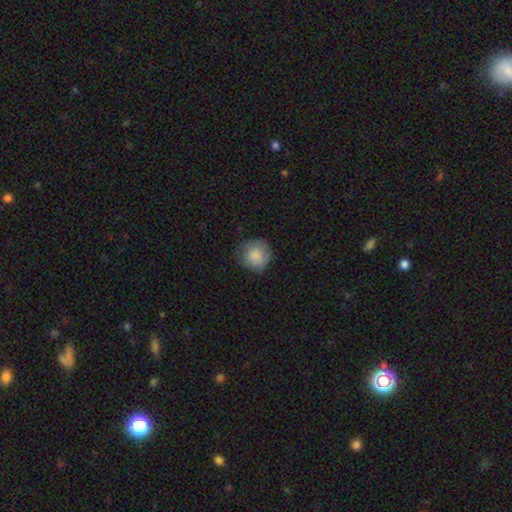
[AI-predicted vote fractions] smooth_or_featured: smooth (p=0.84) [alt: featured or disk p=0.09]
how_rounded: round (p=0.92) [alt: in between p=0.07]
merging: none (p=0.73) [alt: minor disturbance p=0.21]